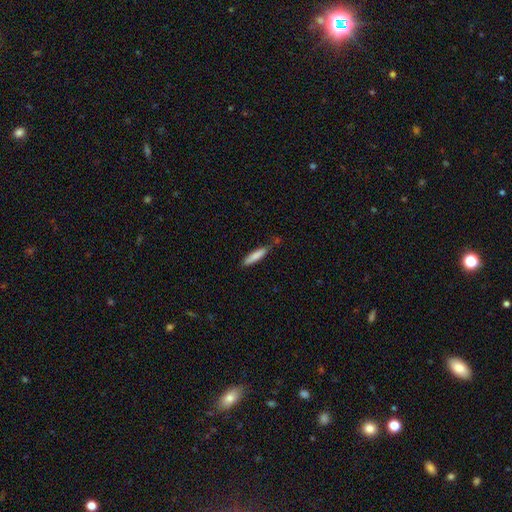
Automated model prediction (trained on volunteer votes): Q: Smooth or featured?
A: smooth (83%); runner-up: featured or disk (11%)
Q: How rounded?
A: cigar-shaped (83%); runner-up: in between (15%)
Q: Merging?
A: none (71%); runner-up: minor disturbance (19%)